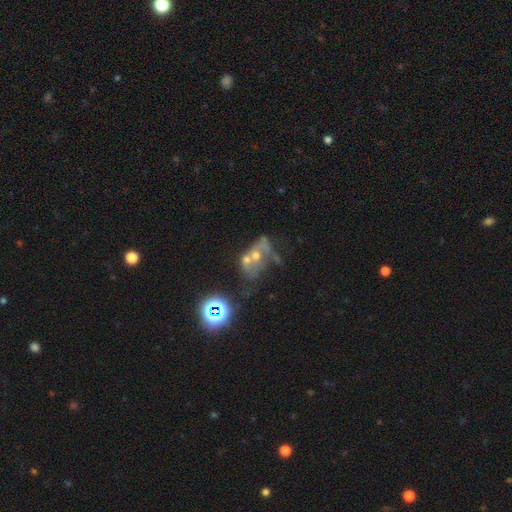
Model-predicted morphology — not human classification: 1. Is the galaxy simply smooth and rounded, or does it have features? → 48% featured or disk, 27% star or artifact, 25% smooth.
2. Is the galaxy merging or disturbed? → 43% merger, 26% major disturbance, 20% none, 11% minor disturbance.